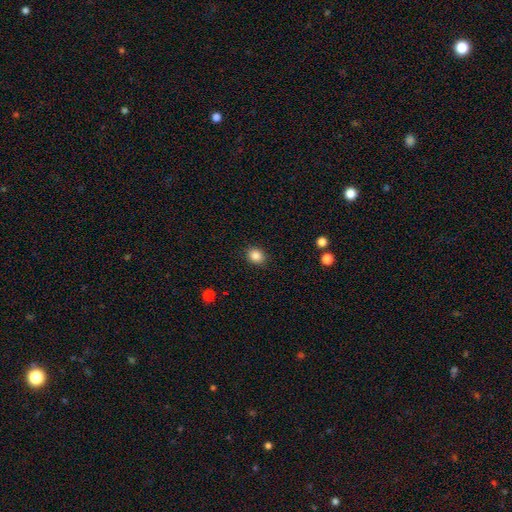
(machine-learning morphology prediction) Smooth or featured?
  - smooth: 86% *
  - star or artifact: 10%
  - featured or disk: 4%
How rounded?
  - round: 60% *
  - in between: 39%
  - cigar-shaped: 1%
Merging?
  - none: 89% *
  - minor disturbance: 8%
  - major disturbance: 2%
  - merger: 1%